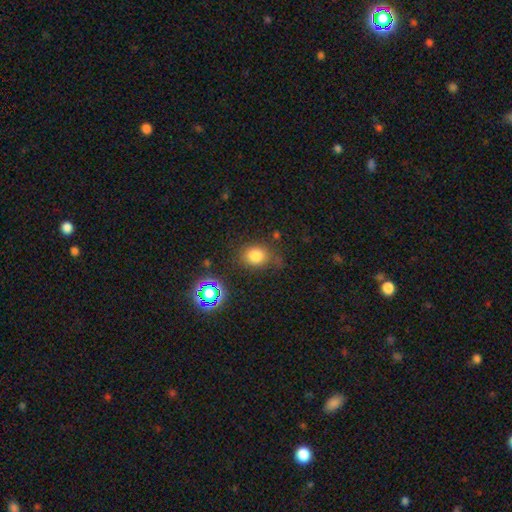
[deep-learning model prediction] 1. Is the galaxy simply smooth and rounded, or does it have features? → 78% smooth, 15% star or artifact, 7% featured or disk.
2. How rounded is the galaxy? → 61% round, 38% in between, 1% cigar-shaped.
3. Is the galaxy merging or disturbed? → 70% none, 19% minor disturbance, 7% major disturbance, 4% merger.